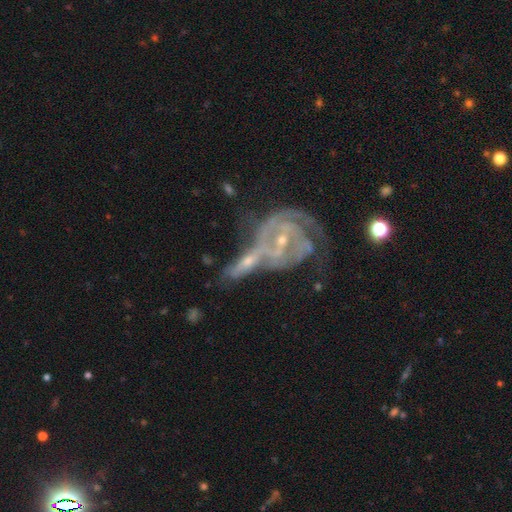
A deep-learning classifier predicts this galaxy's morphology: featured or disk 87%, star or artifact 7%, smooth 6%. Down the decision tree: edge-on disk — no (95%); bar — no (47%); spiral arms — yes (96%); spiral arm count — 2 (36%); spiral winding — tight (69%); bulge size — small (69%); merging — merger (55%).